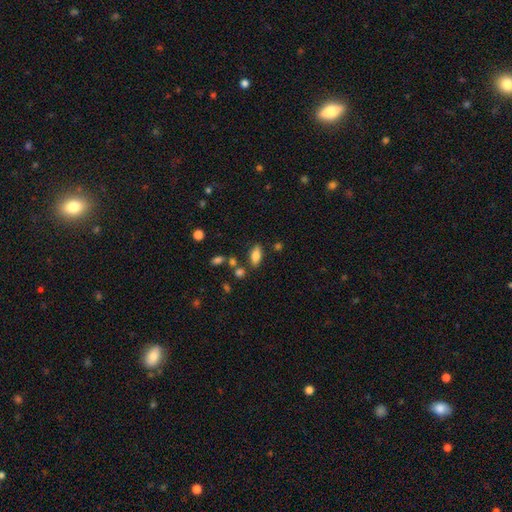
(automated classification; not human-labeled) smooth_or_featured: smooth (p=0.79) [alt: featured or disk p=0.13]
how_rounded: in between (p=0.85) [alt: cigar-shaped p=0.12]
merging: none (p=0.79) [alt: minor disturbance p=0.11]